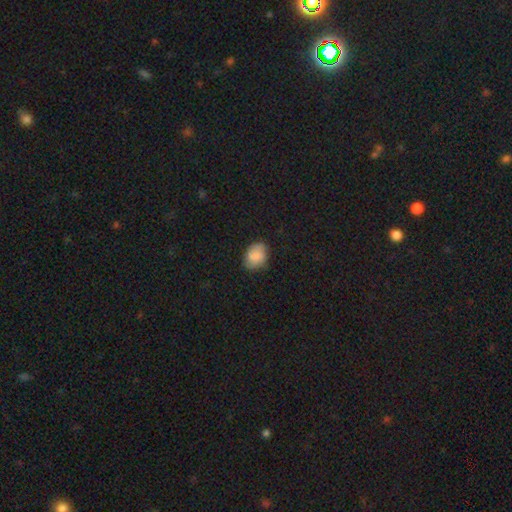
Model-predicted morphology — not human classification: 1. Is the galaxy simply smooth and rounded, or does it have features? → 81% smooth, 11% featured or disk, 8% star or artifact.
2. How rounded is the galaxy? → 62% in between, 37% round, 1% cigar-shaped.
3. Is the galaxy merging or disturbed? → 73% none, 21% minor disturbance, 5% major disturbance, 1% merger.